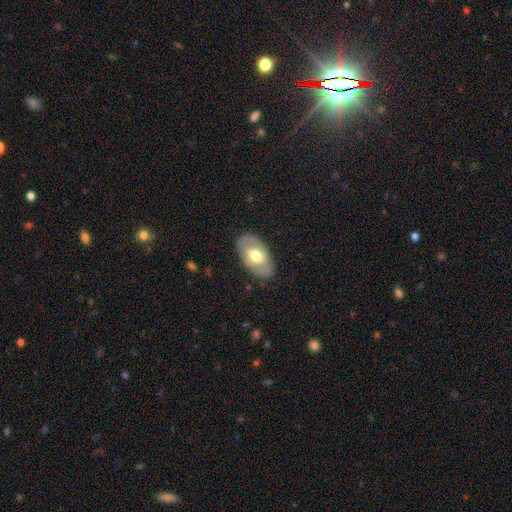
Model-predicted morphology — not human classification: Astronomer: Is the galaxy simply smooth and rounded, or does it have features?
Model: featured or disk — 47%, tied with smooth at 47%.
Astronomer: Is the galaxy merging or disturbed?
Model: none — 82%.